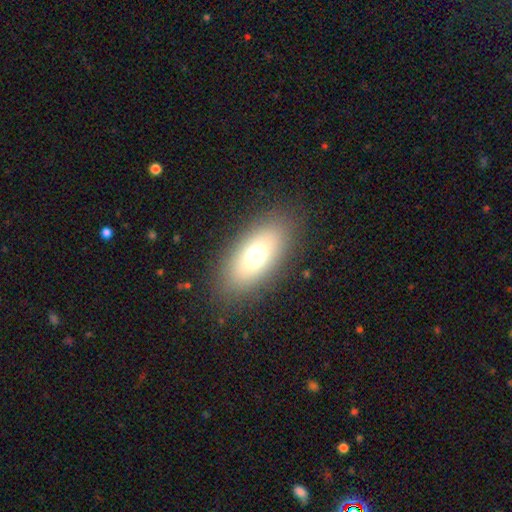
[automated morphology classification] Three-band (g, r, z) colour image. It shows a smooth galaxy with no disk features (69%) that is in between round and cigar-shaped (86%). Merging: none (85%).